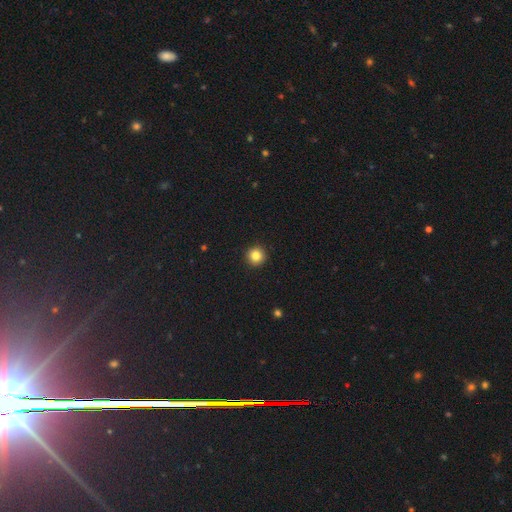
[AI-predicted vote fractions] smooth_or_featured: smooth (p=0.84) [alt: star or artifact p=0.11]
how_rounded: round (p=0.96) [alt: in between p=0.03]
merging: none (p=0.93) [alt: minor disturbance p=0.04]